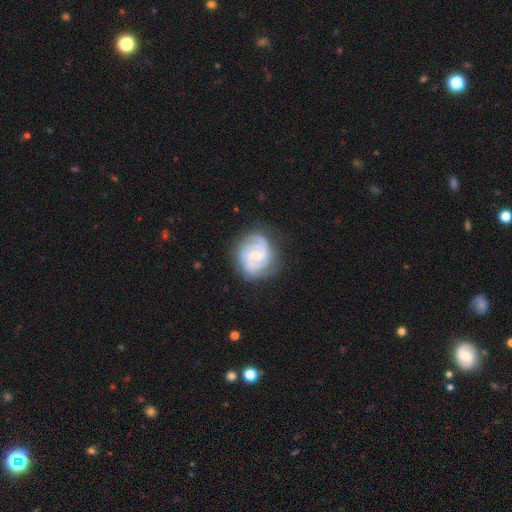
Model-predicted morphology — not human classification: featured or disk 85%, smooth 10%, star or artifact 5%. Down the decision tree: edge-on disk — no (98%); bar — no (51%); spiral arms — yes (97%); spiral arm count — 2 (44%); spiral winding — tight (59%); bulge size — small (66%); merging — none (79%).